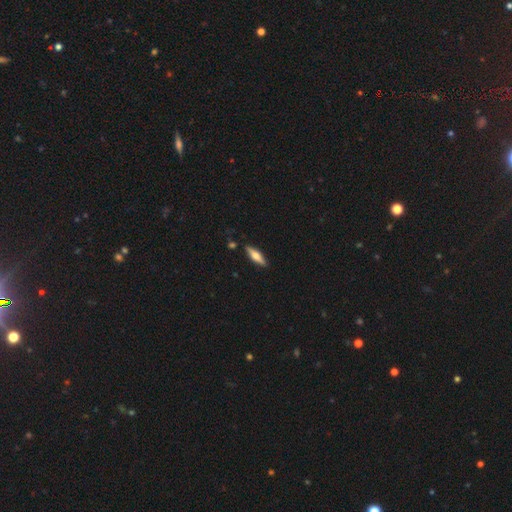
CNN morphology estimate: smooth_or_featured: smooth (p=0.49) [alt: featured or disk p=0.45]
merging: none (p=0.86) [alt: minor disturbance p=0.10]